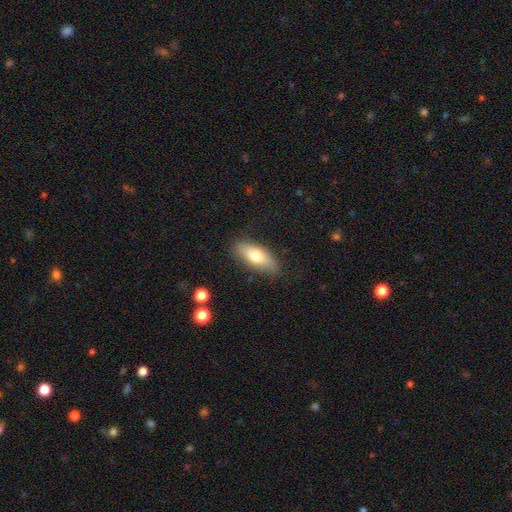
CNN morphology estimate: smooth 69%, featured or disk 25%, star or artifact 7%. Down the decision tree: how rounded — in between (76%); merging — none (83%).